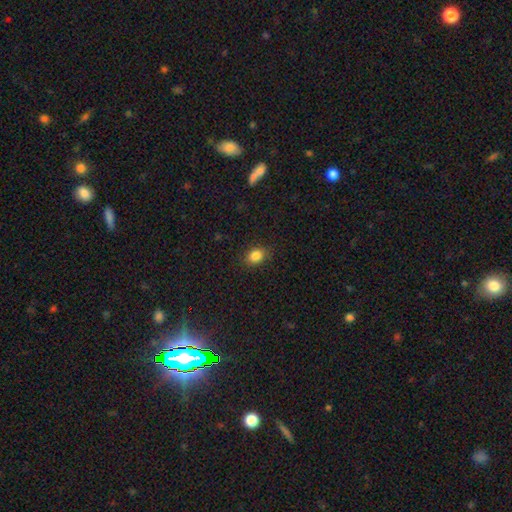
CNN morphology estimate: Q: Smooth or featured?
A: smooth (84%); runner-up: star or artifact (11%)
Q: How rounded?
A: in between (58%); runner-up: round (41%)
Q: Merging?
A: none (86%); runner-up: minor disturbance (10%)